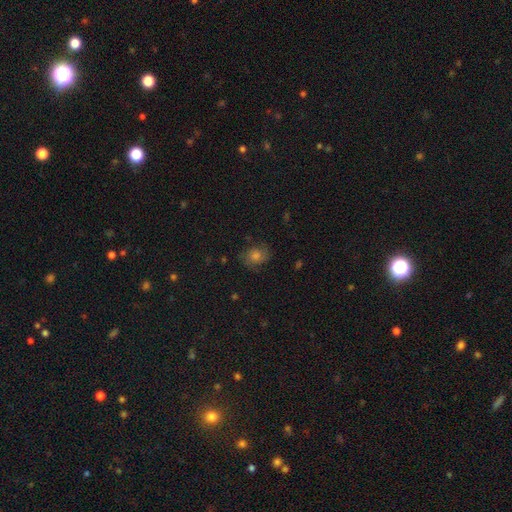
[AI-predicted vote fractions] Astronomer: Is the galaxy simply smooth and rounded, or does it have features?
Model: smooth — 48% (runner-up: featured or disk, 33%).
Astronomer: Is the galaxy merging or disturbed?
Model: none — 73%.